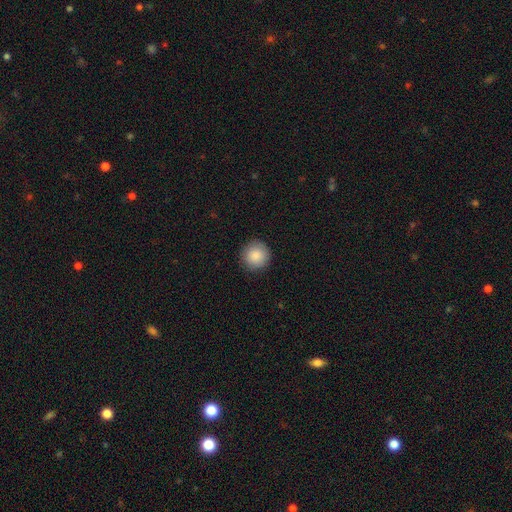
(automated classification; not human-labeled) Q: Smooth or featured?
A: smooth (87%); runner-up: star or artifact (8%)
Q: How rounded?
A: round (95%); runner-up: in between (4%)
Q: Merging?
A: none (90%); runner-up: minor disturbance (7%)